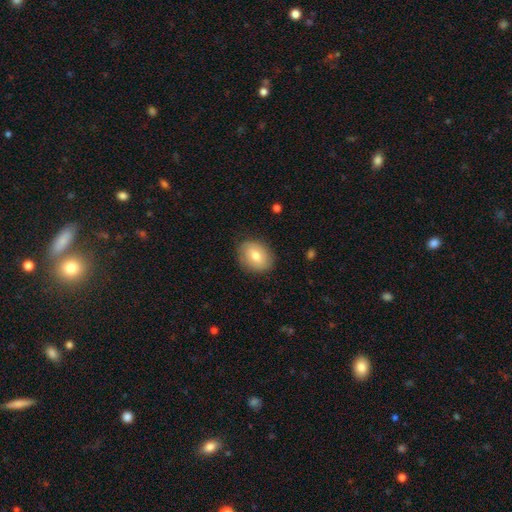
smooth 86%, featured or disk 11%, star or artifact 3%. Down the decision tree: how rounded — in between (66%); merging — none (67%).